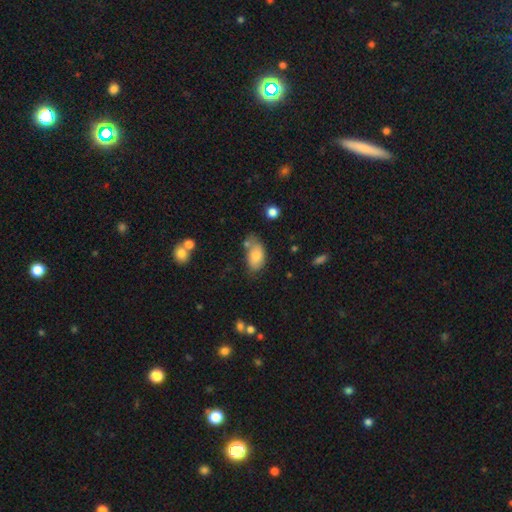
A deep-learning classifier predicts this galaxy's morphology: This is likely a smooth galaxy (79%). How rounded: clearly in between (93%). Merging: possibly none (53%).